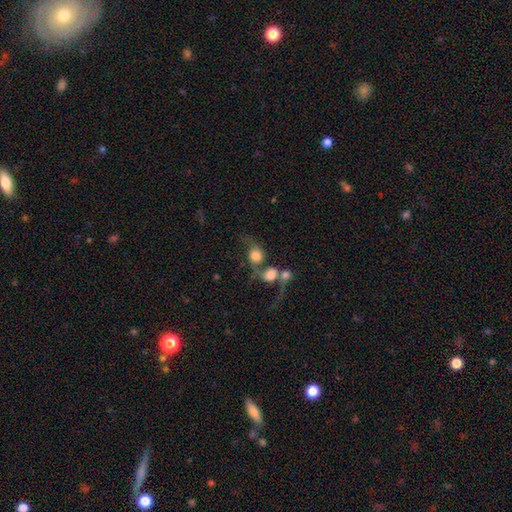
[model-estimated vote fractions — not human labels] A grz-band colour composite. It shows a smooth galaxy with no disk features (57%) that is round (72%). Merging: merger (60%).